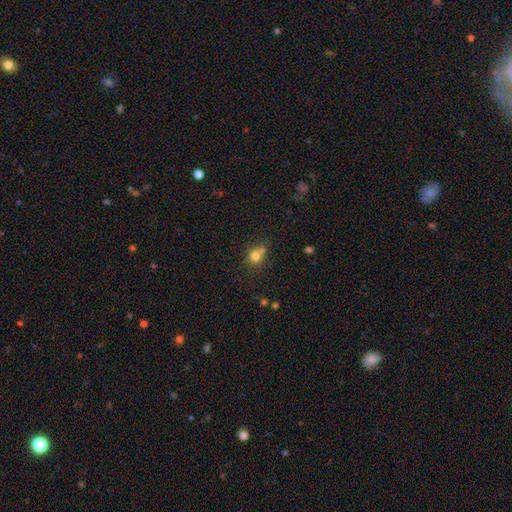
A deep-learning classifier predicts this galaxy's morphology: A smooth galaxy with no disk features (76%) that is round (81%).

Vote fractions:
- Smooth or featured? smooth: 76% / star or artifact: 14% / featured or disk: 10%
- How rounded? round: 81% / in between: 18% / cigar-shaped: 1%
- Merging? none: 50% / merger: 36% / minor disturbance: 10% / major disturbance: 4%